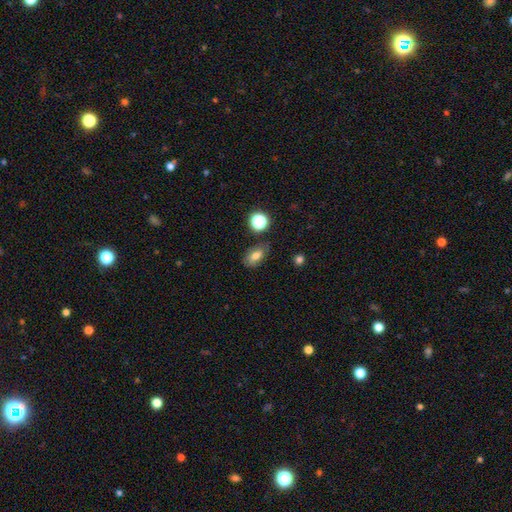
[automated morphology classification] Smooth or featured? smooth (72%)
How rounded? in between (84%)
Merging? none (75%)